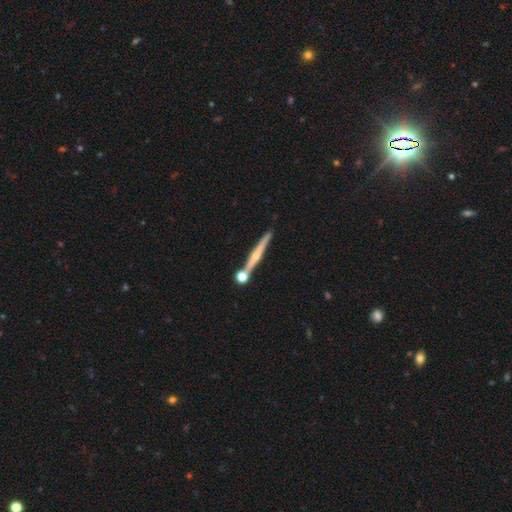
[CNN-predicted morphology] Smooth or featured? featured or disk (68%)
Edge-on disk? yes (97%)
Edge-on bulge? rounded (81%)
Merging? none (79%)